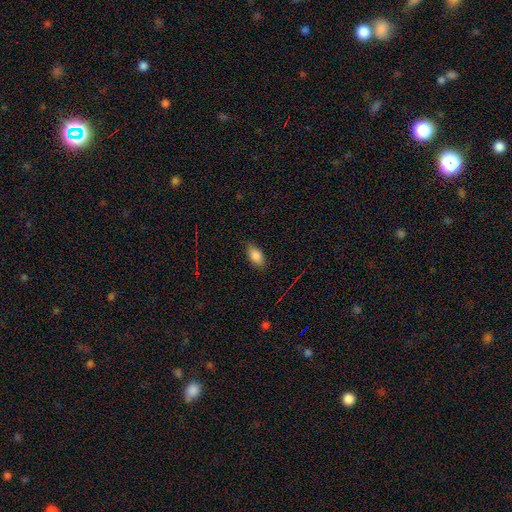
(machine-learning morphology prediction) smooth-or-featured: smooth: 86% | star or artifact: 8% | featured or disk: 6%
  how-rounded: in between: 91% | cigar-shaped: 5% | round: 4%
  merging: none: 82% | minor disturbance: 14% | major disturbance: 3% | merger: 1%